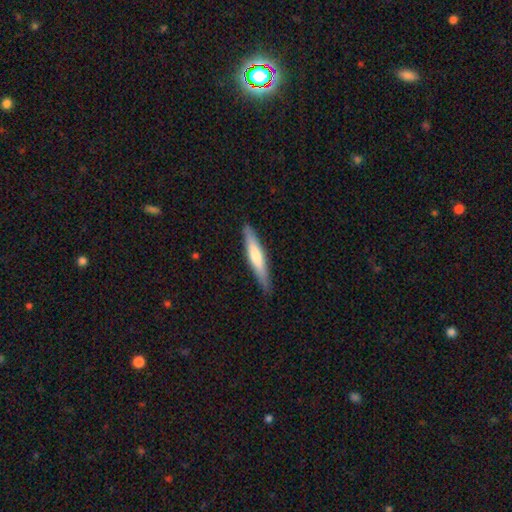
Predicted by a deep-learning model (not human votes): Smooth or featured? smooth (58%)
How rounded? cigar-shaped (91%)
Merging? none (88%)